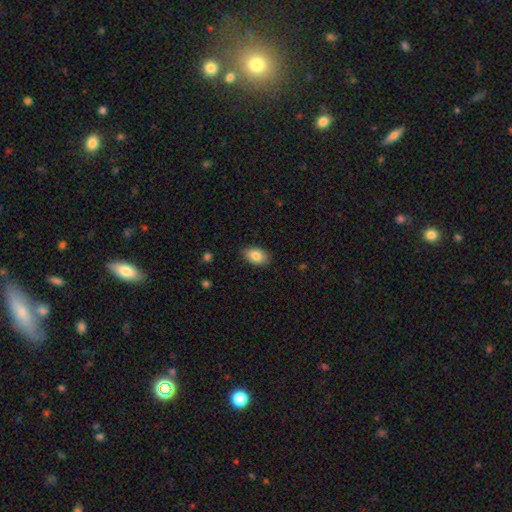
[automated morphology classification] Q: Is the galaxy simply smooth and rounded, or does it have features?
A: smooth — 84%.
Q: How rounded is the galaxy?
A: in between — 90%.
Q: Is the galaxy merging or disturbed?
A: none — 84%.